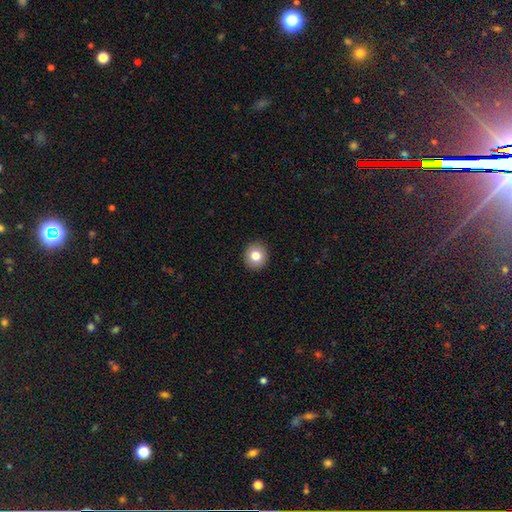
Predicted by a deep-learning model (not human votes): Overall: smooth (81%). How rounded: round (85%). Merging: none (92%).